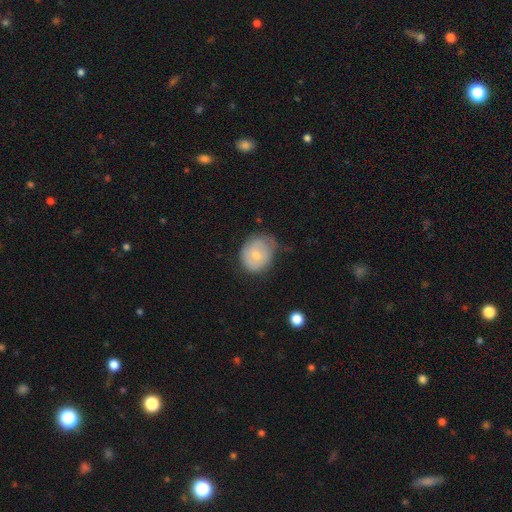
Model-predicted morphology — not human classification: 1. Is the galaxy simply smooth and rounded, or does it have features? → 61% smooth, 32% featured or disk, 7% star or artifact.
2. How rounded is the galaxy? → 64% round, 36% in between, 1% cigar-shaped.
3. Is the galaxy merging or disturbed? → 53% none, 34% minor disturbance, 11% major disturbance, 2% merger.